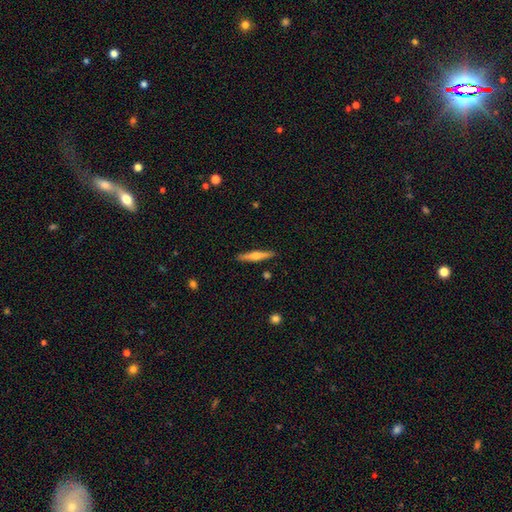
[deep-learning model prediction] A featured or disk galaxy (58%) viewed edge-on (97%) with a rounded central bulge (87%).

Vote fractions:
- Smooth or featured? featured or disk: 58% / smooth: 36% / star or artifact: 6%
- Edge-on disk? yes: 97% / no: 3%
- Edge-on bulge? rounded: 87% / boxy: 7% / none: 6%
- Merging? none: 90% / minor disturbance: 7% / major disturbance: 2% / merger: 1%